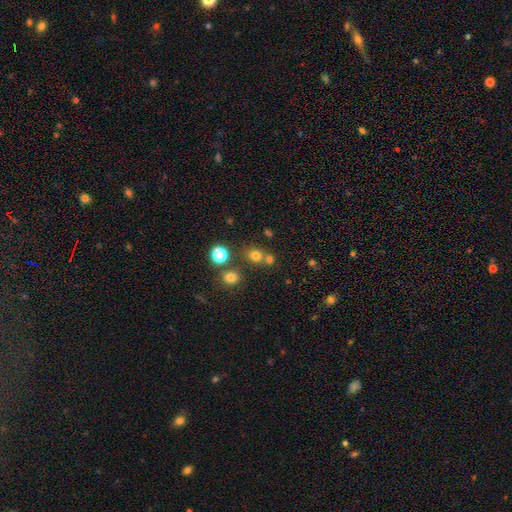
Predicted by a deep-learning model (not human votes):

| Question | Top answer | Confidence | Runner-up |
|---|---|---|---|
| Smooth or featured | smooth | 72% | star or artifact (21%) |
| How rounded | round | 80% | in between (19%) |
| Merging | none | 67% | merger (20%) |